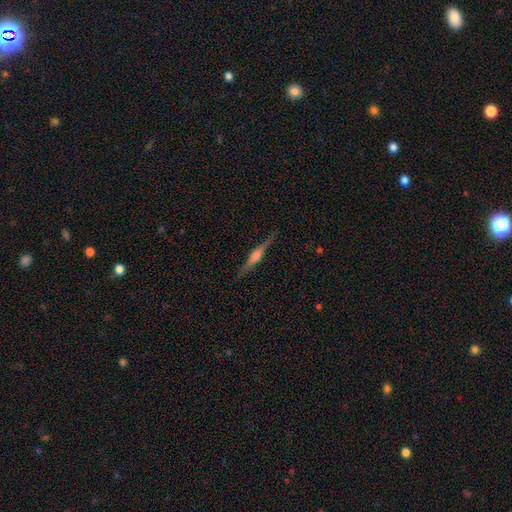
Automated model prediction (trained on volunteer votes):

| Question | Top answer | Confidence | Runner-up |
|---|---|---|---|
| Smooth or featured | featured or disk | 81% | smooth (13%) |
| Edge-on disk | yes | 98% | no (2%) |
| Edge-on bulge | rounded | 74% | boxy (20%) |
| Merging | none | 90% | minor disturbance (8%) |